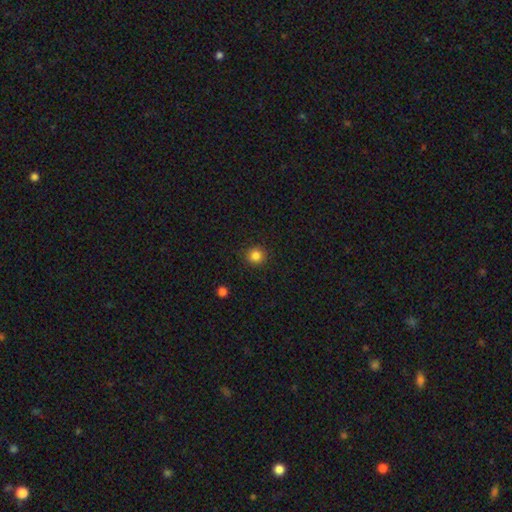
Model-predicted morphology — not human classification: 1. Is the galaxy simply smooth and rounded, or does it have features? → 84% smooth, 12% star or artifact, 4% featured or disk.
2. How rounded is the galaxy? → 93% round, 6% in between, 1% cigar-shaped.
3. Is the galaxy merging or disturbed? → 90% none, 7% minor disturbance, 2% major disturbance, 1% merger.